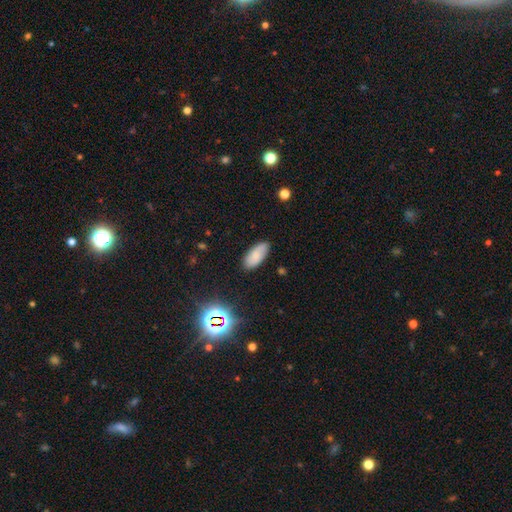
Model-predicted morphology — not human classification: Overall: smooth (78%). How rounded: in between (89%). Merging: none (84%).